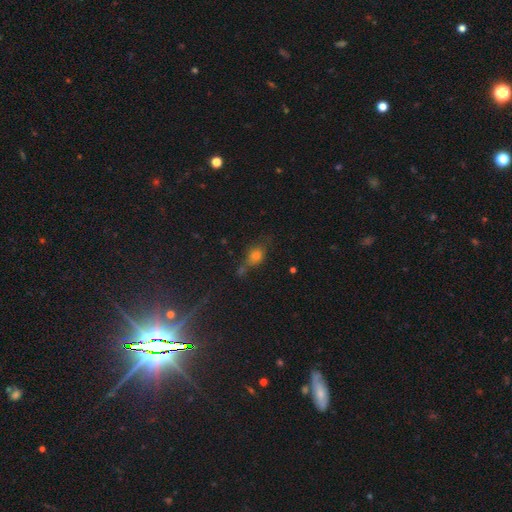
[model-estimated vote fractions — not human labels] Morphology: type=smooth (59%); roundness=in between (54%); merging=none (53%).